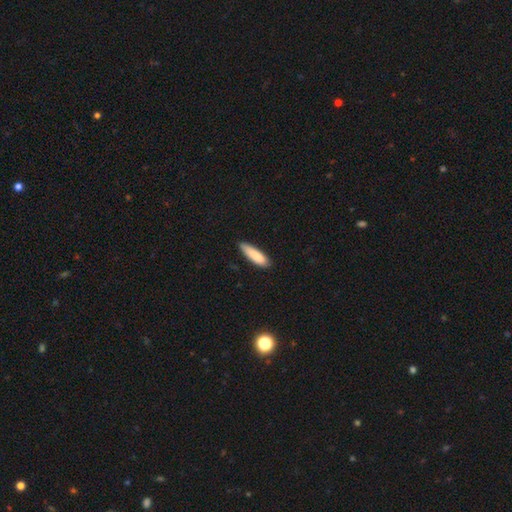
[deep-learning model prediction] Smooth or featured: smooth — 86% (featured or disk — 8%)
How rounded: cigar-shaped — 62% (in between — 37%)
Merging: none — 79% (minor disturbance — 18%)